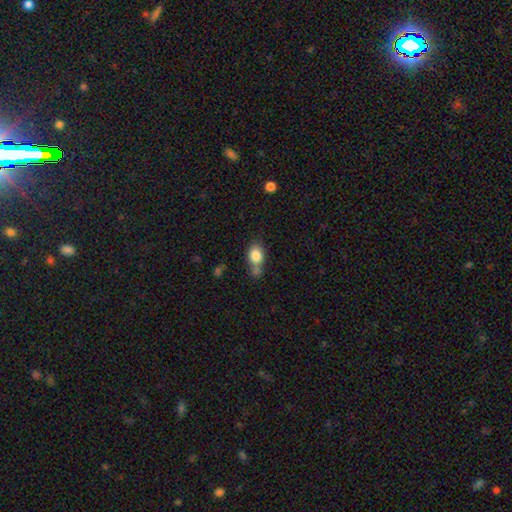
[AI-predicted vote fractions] A smooth galaxy with no disk features (82%) that is in between round and cigar-shaped (64%).

Vote fractions:
- Smooth or featured? smooth: 82% / featured or disk: 9% / star or artifact: 9%
- How rounded? in between: 64% / round: 33% / cigar-shaped: 2%
- Merging? none: 45% / merger: 30% / minor disturbance: 19% / major disturbance: 7%